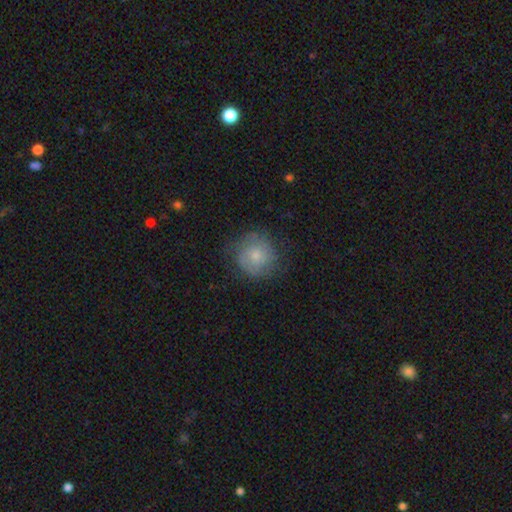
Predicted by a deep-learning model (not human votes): The model was most divided on "smooth or featured": smooth: 61%, featured or disk: 31%, star or artifact: 8%. More confident: how rounded — round (90%); merging — none (72%).